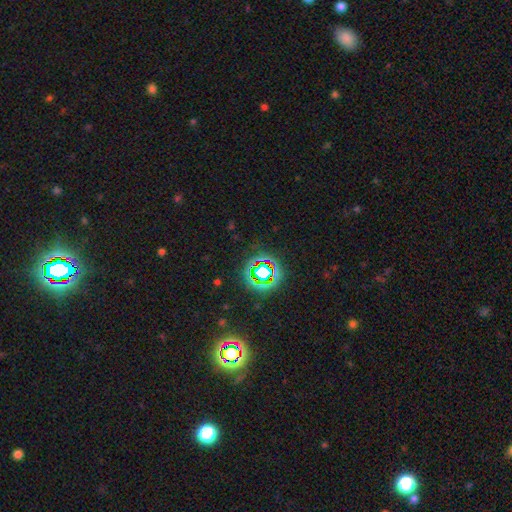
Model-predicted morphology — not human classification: Q: Smooth or featured?
A: star or artifact (79%); runner-up: smooth (14%)